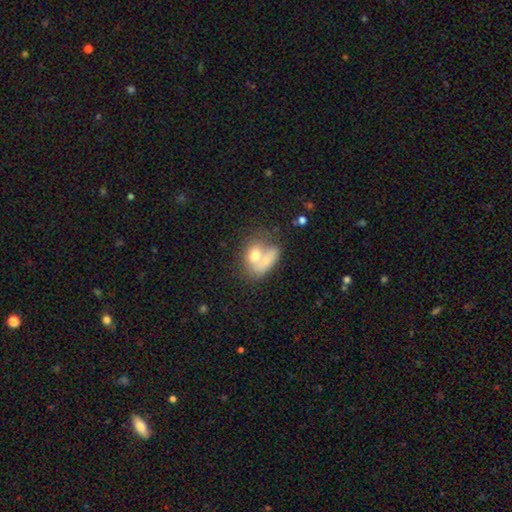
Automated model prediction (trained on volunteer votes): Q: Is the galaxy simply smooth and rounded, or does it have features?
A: smooth — 68%.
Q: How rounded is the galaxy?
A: in between — 68%.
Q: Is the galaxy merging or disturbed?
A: merger — 64%.